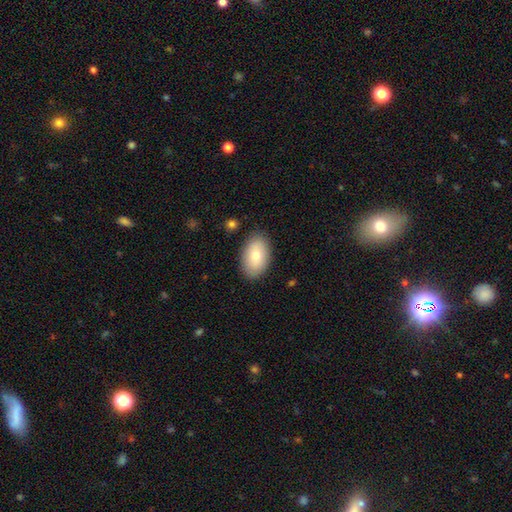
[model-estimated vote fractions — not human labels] Smooth or featured? smooth (79%)
How rounded? in between (93%)
Merging? none (86%)